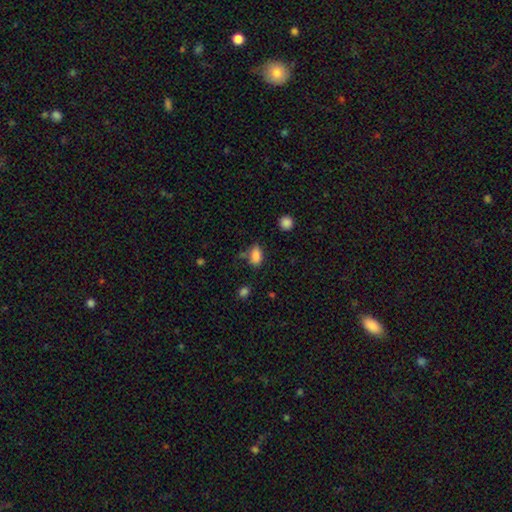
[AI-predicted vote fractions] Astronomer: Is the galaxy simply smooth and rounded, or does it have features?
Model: smooth — 86%.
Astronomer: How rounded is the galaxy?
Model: in between — 89%.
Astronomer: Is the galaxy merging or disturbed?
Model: none — 67%.